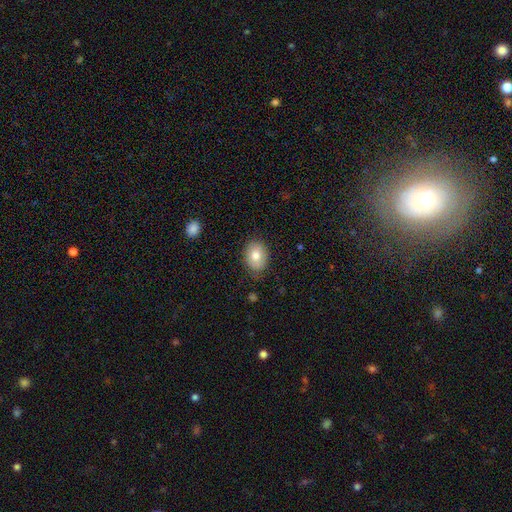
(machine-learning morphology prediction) Overall: smooth (78%). How rounded: in between (67%; round 32%). Merging: none (81%).